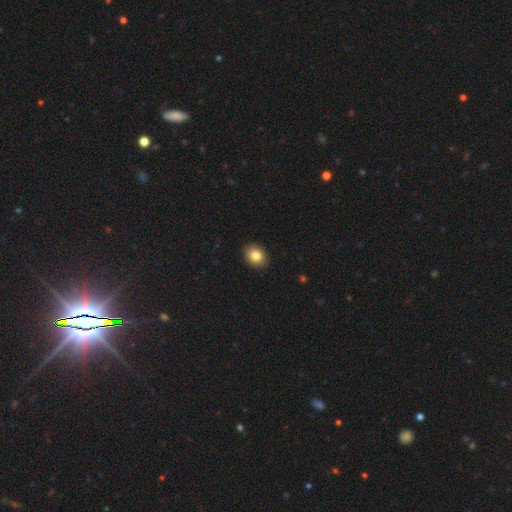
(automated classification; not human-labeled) Smooth or featured?
  - smooth: 83% *
  - star or artifact: 9%
  - featured or disk: 8%
How rounded?
  - in between: 53% *
  - round: 46%
  - cigar-shaped: 1%
Merging?
  - none: 90% *
  - minor disturbance: 7%
  - major disturbance: 2%
  - merger: 1%